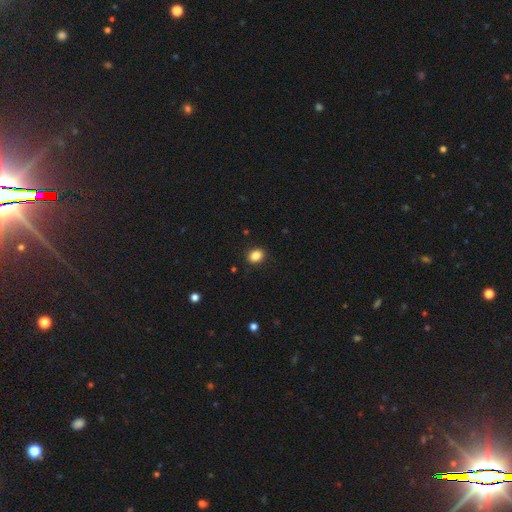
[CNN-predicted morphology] A smooth galaxy with no disk features (87%) that is in between round and cigar-shaped (53%). Merging: none (90%).